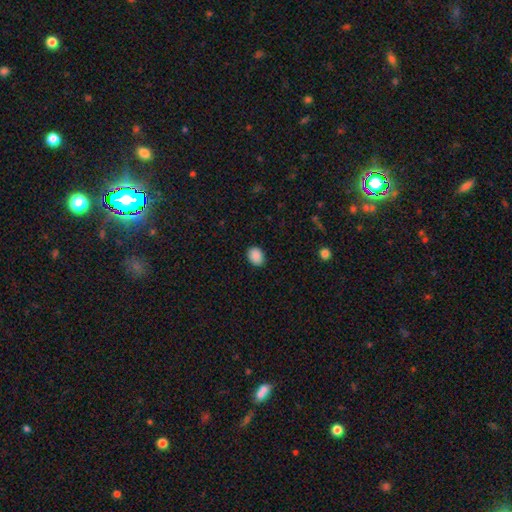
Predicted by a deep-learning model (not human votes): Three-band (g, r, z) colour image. It shows a smooth galaxy with no disk features (89%) that is in between round and cigar-shaped (62%). Merging: none (86%).